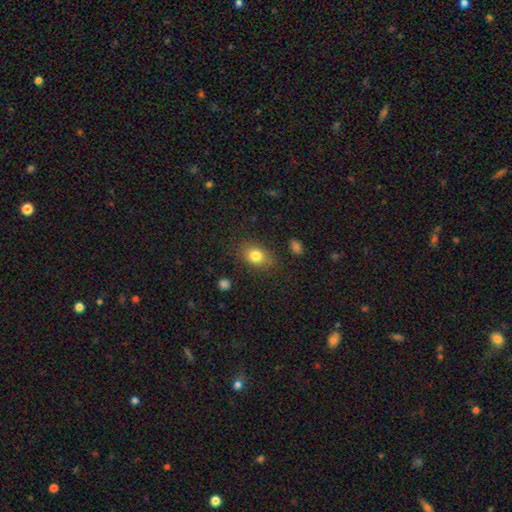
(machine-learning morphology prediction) This is clearly a smooth galaxy (81%). How rounded: likely in between (61%). Merging: clearly none (81%).